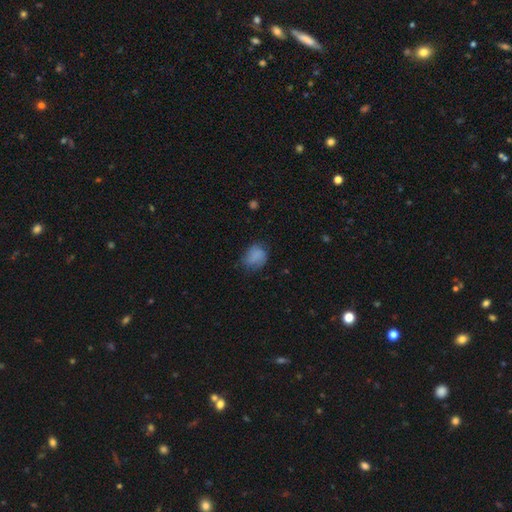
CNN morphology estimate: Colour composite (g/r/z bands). It shows a smooth galaxy with no disk features (79%) that is in between round and cigar-shaped (53%). Merging: none (57%).